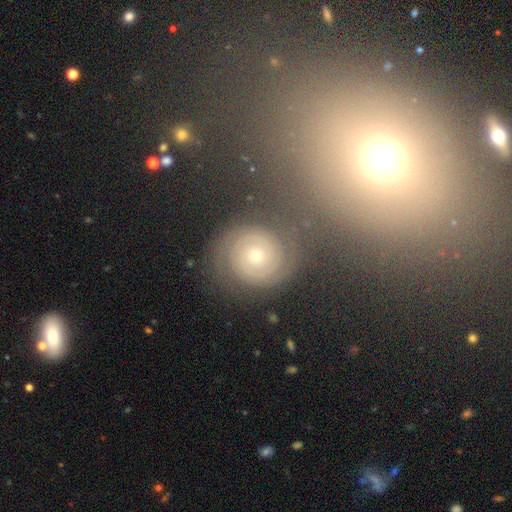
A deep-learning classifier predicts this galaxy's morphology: Smooth or featured?
  - featured or disk: 76% *
  - smooth: 12%
  - star or artifact: 11%
Edge-on disk?
  - no: 98% *
  - yes: 2%
Bar?
  - no: 76% *
  - weak: 18%
  - strong: 6%
Spiral arms?
  - yes: 95% *
  - no: 5%
Spiral winding?
  - tight: 79% *
  - medium: 17%
  - loose: 4%
Spiral arm count?
  - 2: 75% *
  - can't tell: 10%
  - 3: 6%
  - 1: 3%
  - 4: 3%
  - more than 4: 3%
Bulge size?
  - small: 59% *
  - moderate: 37%
  - large: 2%
  - none: 1%
  - dominant: 1%
Merging?
  - none: 83% *
  - minor disturbance: 10%
  - major disturbance: 4%
  - merger: 3%